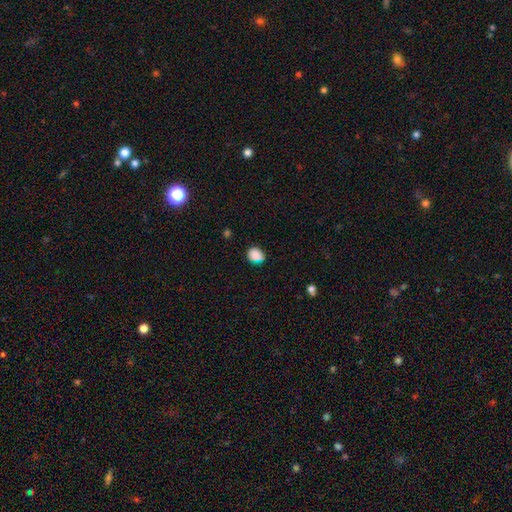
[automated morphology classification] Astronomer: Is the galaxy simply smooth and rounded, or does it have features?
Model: smooth — 82%.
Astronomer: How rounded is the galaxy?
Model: round — 72%.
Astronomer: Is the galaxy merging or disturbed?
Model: none — 78%.